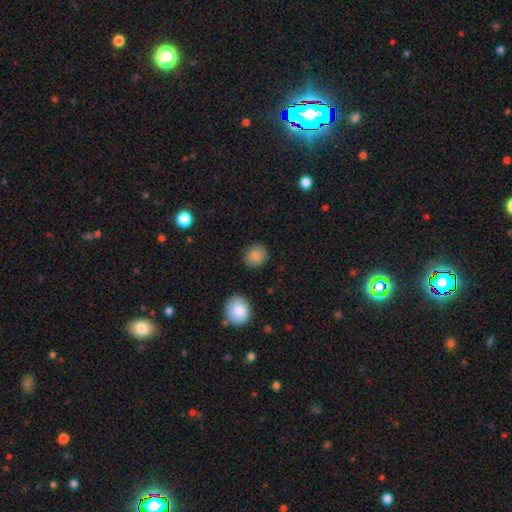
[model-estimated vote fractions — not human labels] The model was most divided on "how rounded": round: 80%, in between: 19%, cigar-shaped: 1%. More confident: merging — none (87%); smooth or featured — smooth (86%).